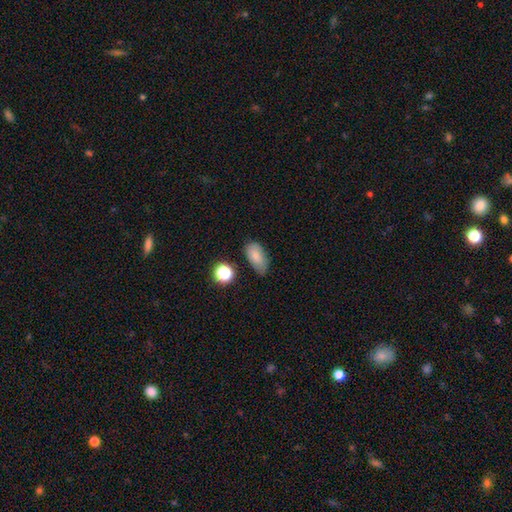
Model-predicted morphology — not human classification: smooth 80%, star or artifact 10%, featured or disk 9%. Down the decision tree: how rounded — in between (90%); merging — none (58%).